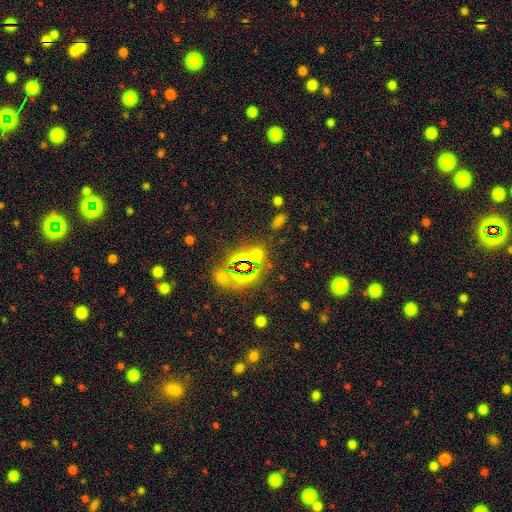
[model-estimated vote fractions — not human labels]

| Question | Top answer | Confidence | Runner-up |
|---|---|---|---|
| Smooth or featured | star or artifact | 61% | smooth (30%) |